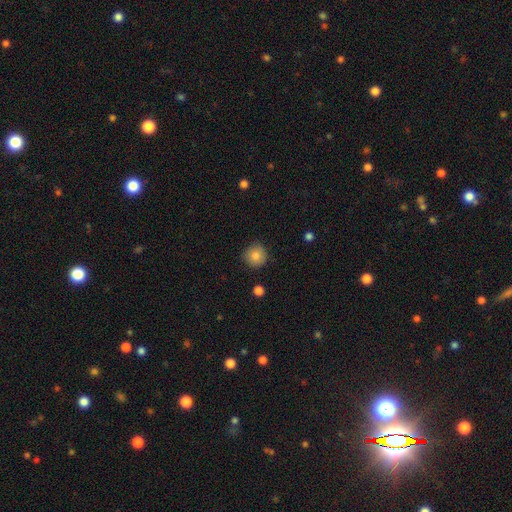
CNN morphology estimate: A smooth galaxy with no disk features (84%) that is round (93%).

Vote fractions:
- Smooth or featured? smooth: 84% / star or artifact: 9% / featured or disk: 7%
- How rounded? round: 93% / in between: 6% / cigar-shaped: 1%
- Merging? none: 86% / minor disturbance: 10% / major disturbance: 2% / merger: 1%